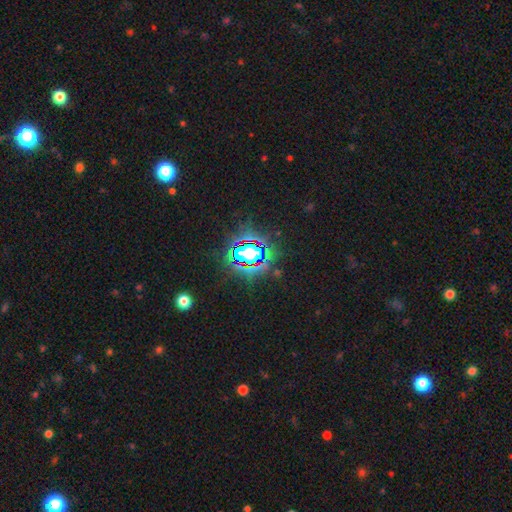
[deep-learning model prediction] Q: Smooth or featured?
A: star or artifact (80%); runner-up: smooth (12%)